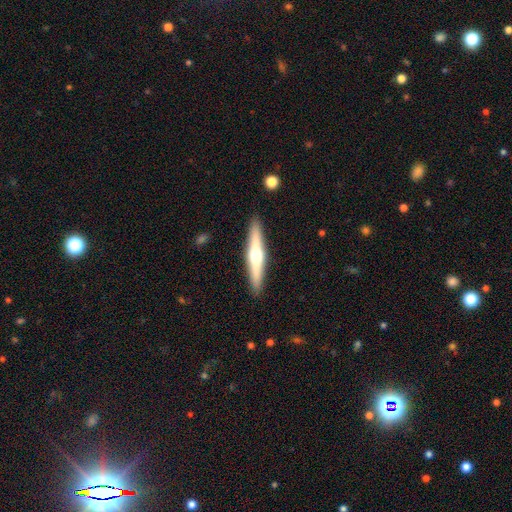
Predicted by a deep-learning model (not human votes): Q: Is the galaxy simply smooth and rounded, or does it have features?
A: featured or disk — 57%.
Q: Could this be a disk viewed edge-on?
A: yes — 95%.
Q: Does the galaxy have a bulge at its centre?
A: rounded — 92%.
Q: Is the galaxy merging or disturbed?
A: none — 91%.